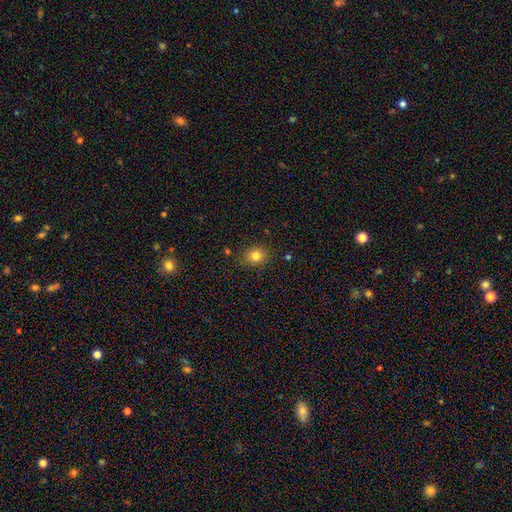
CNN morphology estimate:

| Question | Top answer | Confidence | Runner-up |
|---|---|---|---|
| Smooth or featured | smooth | 81% | star or artifact (12%) |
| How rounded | round | 70% | in between (29%) |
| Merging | none | 86% | minor disturbance (10%) |